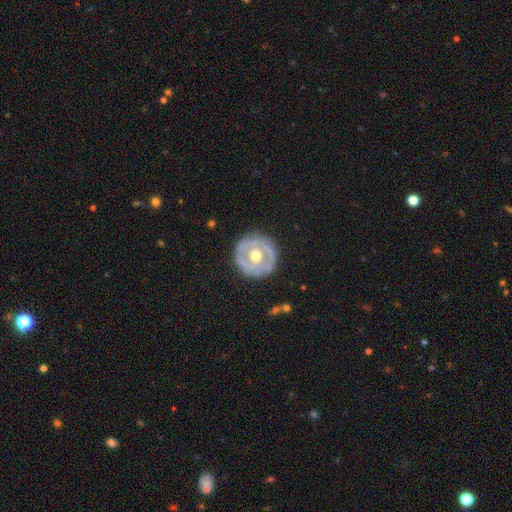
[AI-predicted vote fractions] Smooth or featured?
  - featured or disk: 63% *
  - smooth: 32%
  - star or artifact: 5%
Edge-on disk?
  - no: 95% *
  - yes: 5%
Bar?
  - no: 81% *
  - weak: 14%
  - strong: 5%
Spiral arms?
  - no: 73% *
  - yes: 27%
Bulge size?
  - moderate: 77% *
  - large: 14%
  - small: 7%
  - dominant: 1%
  - none: 1%
Merging?
  - none: 82% *
  - minor disturbance: 12%
  - major disturbance: 4%
  - merger: 1%